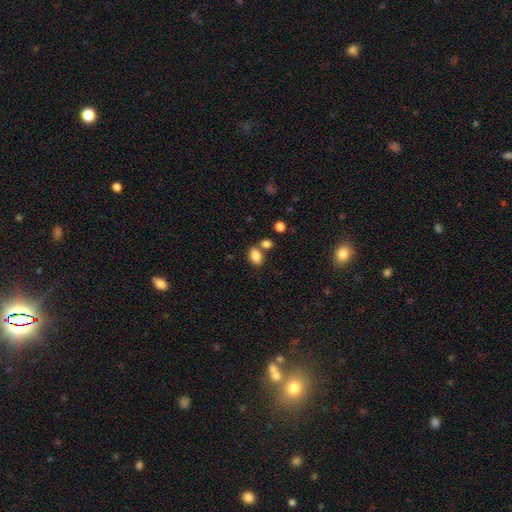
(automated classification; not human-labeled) Q: Smooth or featured?
A: smooth (85%); runner-up: star or artifact (9%)
Q: How rounded?
A: in between (82%); runner-up: round (16%)
Q: Merging?
A: none (61%); runner-up: merger (23%)